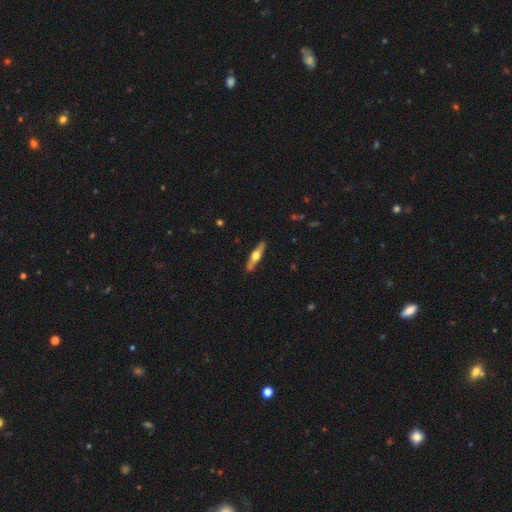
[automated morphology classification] smooth-or-featured: featured or disk: 60% | smooth: 35% | star or artifact: 5%
  disk-edge-on: yes: 92% | no: 8%
    edge-on-bulge: rounded: 93% | boxy: 4% | none: 3%
  merging: none: 87% | minor disturbance: 9% | major disturbance: 2% | merger: 2%